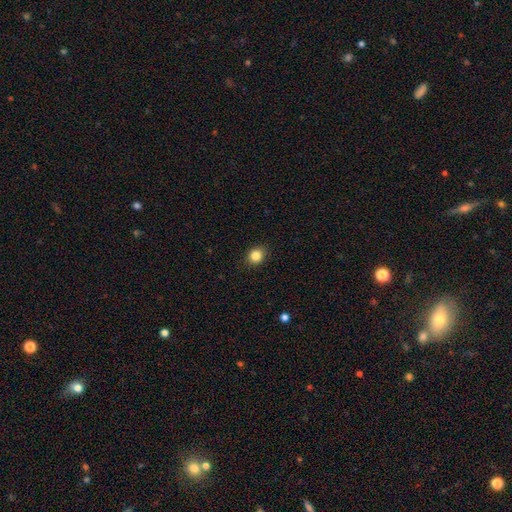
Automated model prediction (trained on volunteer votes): Smooth or featured?
  - smooth: 84% *
  - star or artifact: 11%
  - featured or disk: 5%
How rounded?
  - round: 65% *
  - in between: 34%
  - cigar-shaped: 1%
Merging?
  - none: 88% *
  - minor disturbance: 9%
  - major disturbance: 2%
  - merger: 1%